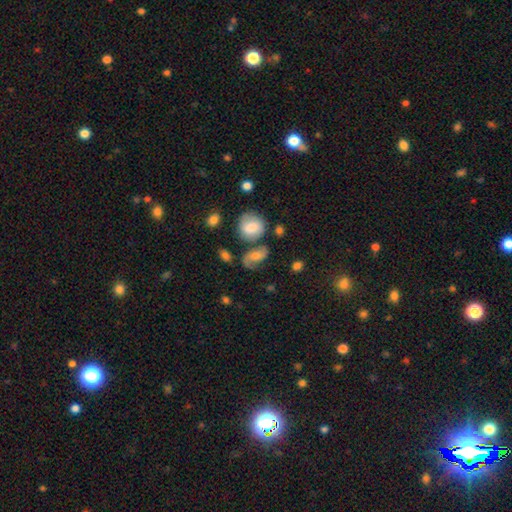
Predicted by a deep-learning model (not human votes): Smooth or featured? featured or disk (46%)
Merging? none (51%)